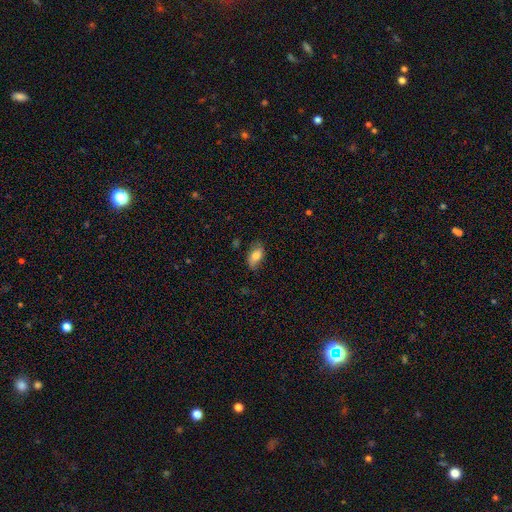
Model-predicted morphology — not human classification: Overall: smooth (75%). How rounded: in between (91%). Merging: none (74%).